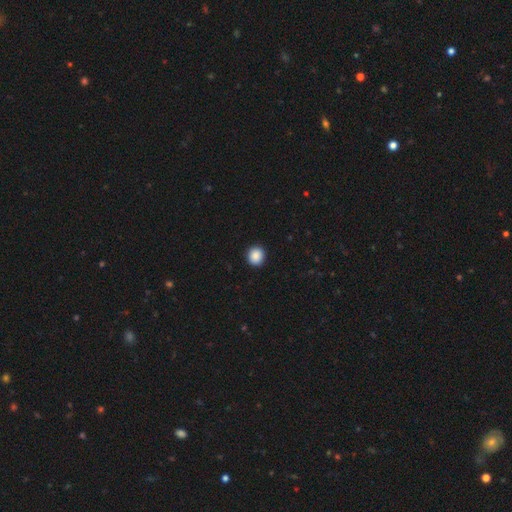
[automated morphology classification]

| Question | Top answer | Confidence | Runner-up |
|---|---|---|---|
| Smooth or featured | smooth | 88% | star or artifact (9%) |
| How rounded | round | 84% | in between (15%) |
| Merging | none | 92% | minor disturbance (5%) |